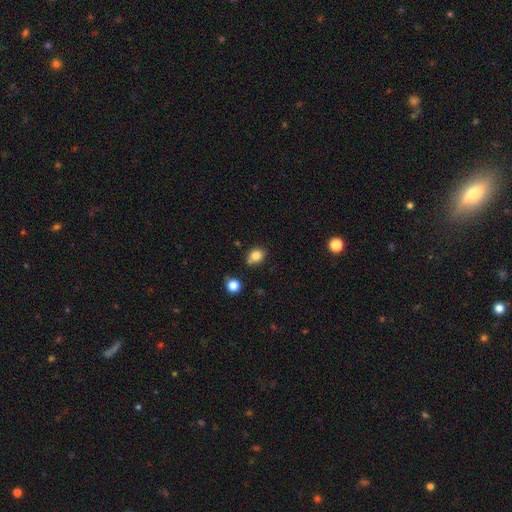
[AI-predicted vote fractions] Overall: smooth (83%). How rounded: in between (56%; round 43%). Merging: none (70%).